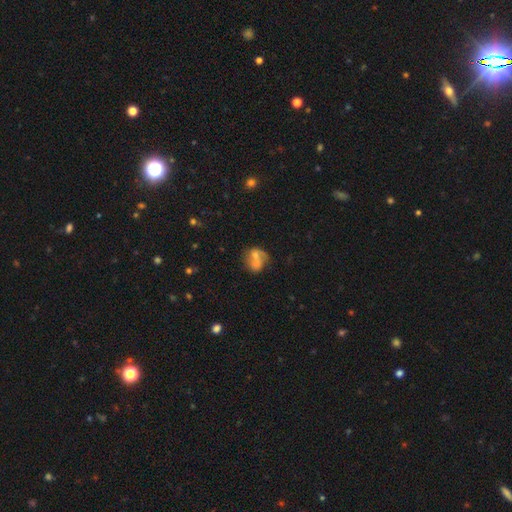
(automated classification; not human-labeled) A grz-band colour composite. It shows a smooth galaxy with no disk features (56%) that is round (55%). Merging: merger (59%).